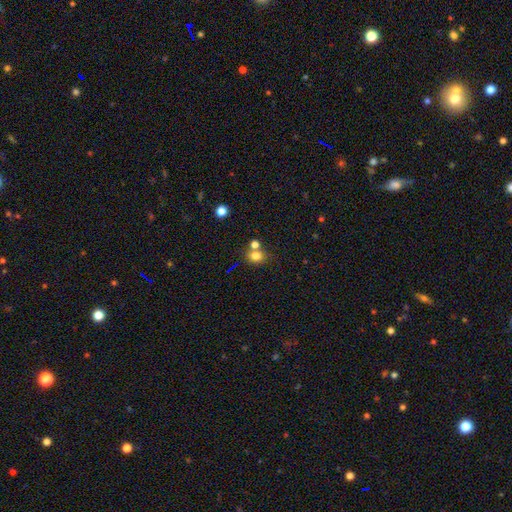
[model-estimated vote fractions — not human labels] smooth-or-featured: smooth: 77% | star or artifact: 14% | featured or disk: 9%
  how-rounded: round: 64% | in between: 35% | cigar-shaped: 1%
  merging: none: 57% | merger: 28% | minor disturbance: 10% | major disturbance: 4%